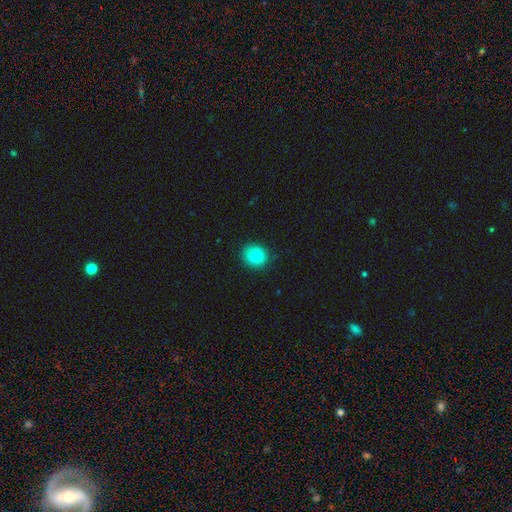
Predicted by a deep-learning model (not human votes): Smooth or featured?
  - smooth: 86% *
  - star or artifact: 9%
  - featured or disk: 5%
How rounded?
  - round: 76% *
  - in between: 23%
  - cigar-shaped: 1%
Merging?
  - none: 87% *
  - minor disturbance: 10%
  - major disturbance: 2%
  - merger: 1%